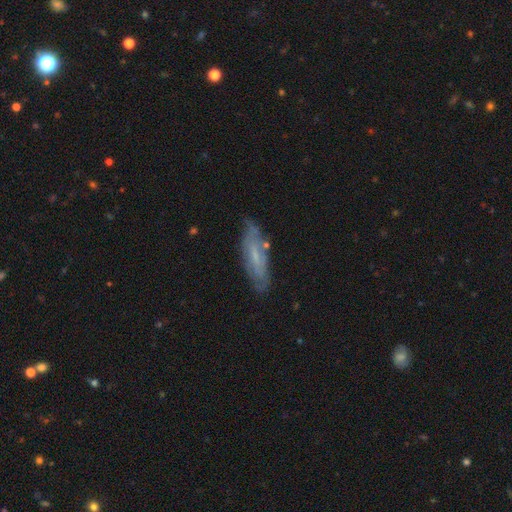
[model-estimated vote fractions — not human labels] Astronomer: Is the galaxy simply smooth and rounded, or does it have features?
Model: featured or disk — 54% (runner-up: smooth, 39%).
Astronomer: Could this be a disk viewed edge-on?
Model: no — 64%.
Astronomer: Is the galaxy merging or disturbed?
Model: none — 74%.